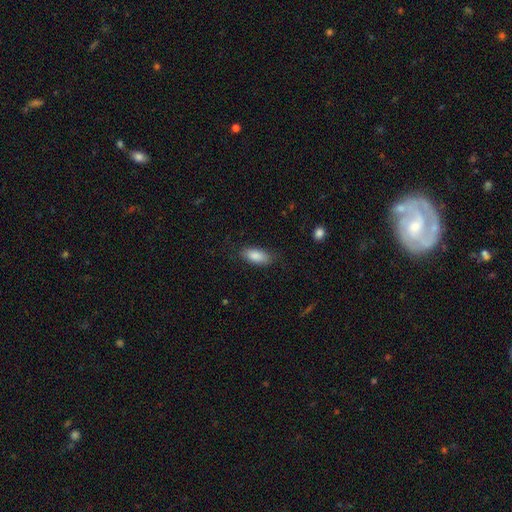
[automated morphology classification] A smooth galaxy with no disk features (86%) that is in between round and cigar-shaped (86%). Merging: none (81%).